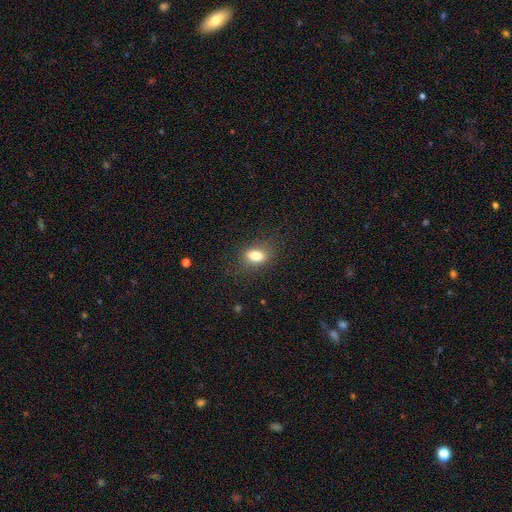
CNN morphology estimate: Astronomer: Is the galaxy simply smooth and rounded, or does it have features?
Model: smooth — 79%.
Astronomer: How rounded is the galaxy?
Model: in between — 79%.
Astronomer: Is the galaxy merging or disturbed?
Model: none — 80%.